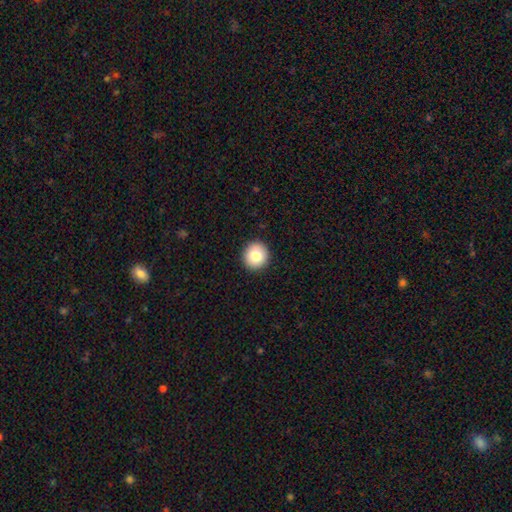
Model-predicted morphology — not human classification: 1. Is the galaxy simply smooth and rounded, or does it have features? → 81% smooth, 10% featured or disk, 9% star or artifact.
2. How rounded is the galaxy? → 93% round, 6% in between, 1% cigar-shaped.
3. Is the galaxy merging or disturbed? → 93% none, 5% minor disturbance, 1% major disturbance, 1% merger.